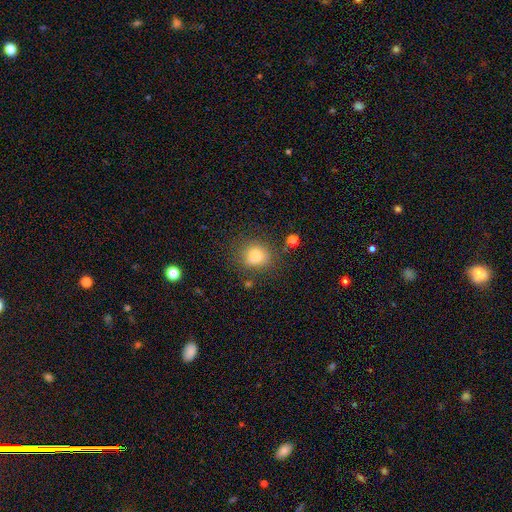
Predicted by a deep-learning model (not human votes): Smooth or featured: smooth — 81% (star or artifact — 12%)
How rounded: round — 74% (in between — 25%)
Merging: none — 77% (minor disturbance — 15%)